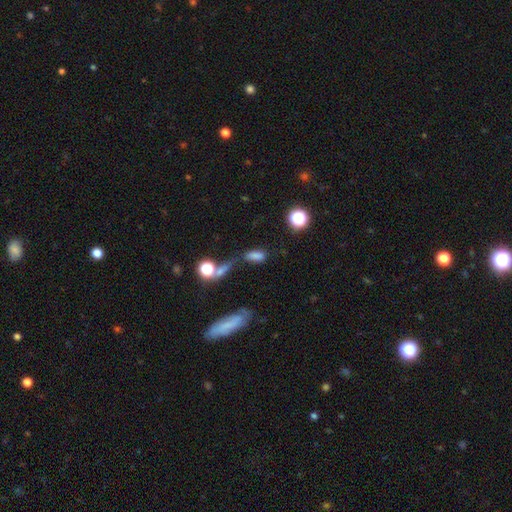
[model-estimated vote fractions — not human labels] smooth_or_featured: smooth (p=0.73) [alt: star or artifact p=0.16]
how_rounded: in between (p=0.77) [alt: cigar-shaped p=0.15]
merging: none (p=0.48) [alt: merger p=0.19]